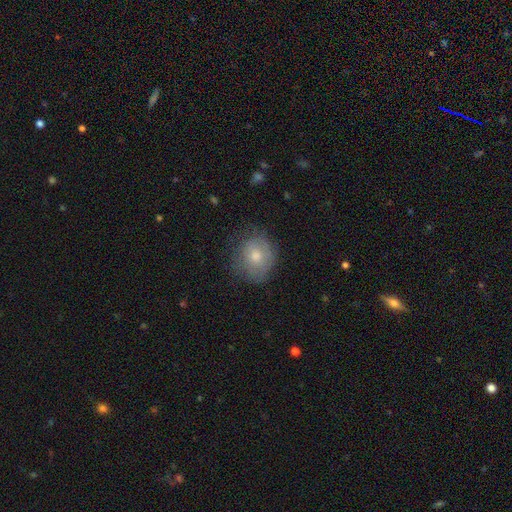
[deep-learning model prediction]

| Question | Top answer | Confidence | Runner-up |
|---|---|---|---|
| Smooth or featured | smooth | 64% | featured or disk (25%) |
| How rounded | round | 75% | in between (24%) |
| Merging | none | 70% | minor disturbance (21%) |